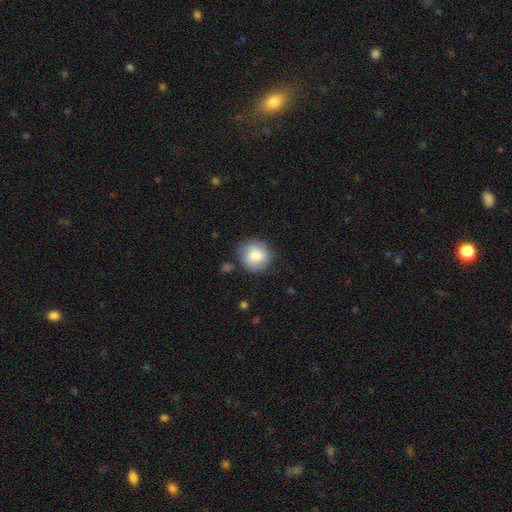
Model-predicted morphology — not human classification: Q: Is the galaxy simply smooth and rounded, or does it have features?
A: smooth — 77%.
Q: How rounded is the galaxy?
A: round — 88%.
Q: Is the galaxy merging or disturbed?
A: none — 79%.